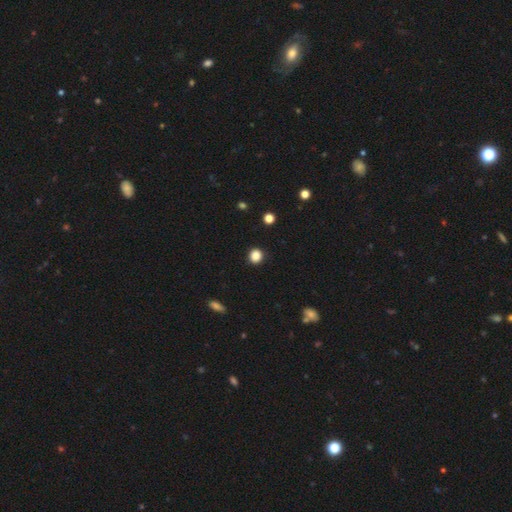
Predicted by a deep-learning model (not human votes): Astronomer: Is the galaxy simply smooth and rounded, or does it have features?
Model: smooth — 86%.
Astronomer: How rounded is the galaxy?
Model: round — 86%.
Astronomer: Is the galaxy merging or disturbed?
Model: none — 91%.